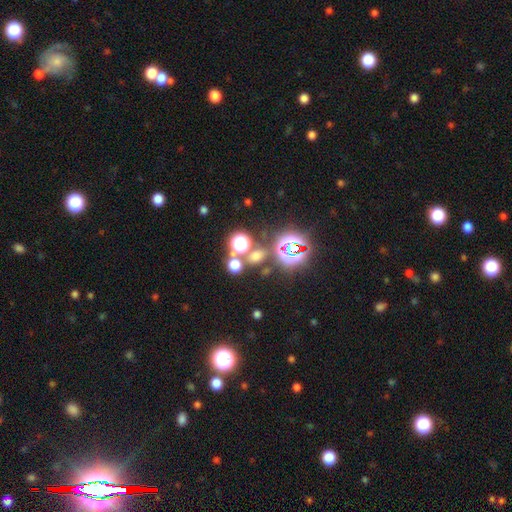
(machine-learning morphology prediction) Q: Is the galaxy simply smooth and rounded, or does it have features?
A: smooth — 49%.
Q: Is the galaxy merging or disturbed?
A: none — 69%.